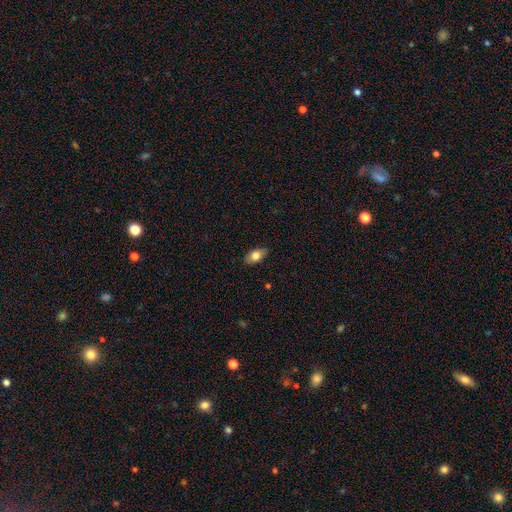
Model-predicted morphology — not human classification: This is likely a smooth galaxy (77%). How rounded: clearly in between (89%). Merging: clearly none (85%).